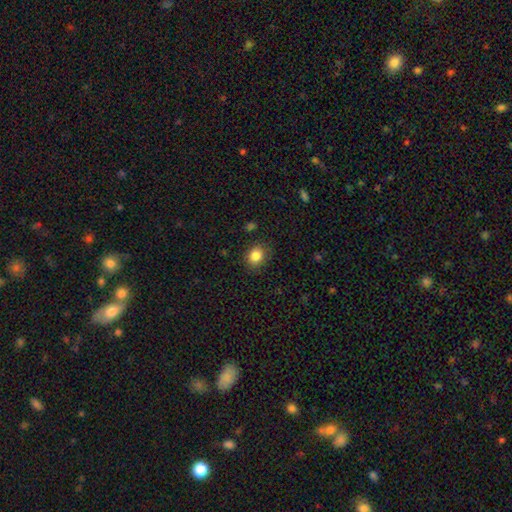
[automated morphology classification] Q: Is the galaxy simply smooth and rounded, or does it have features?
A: smooth — 85%.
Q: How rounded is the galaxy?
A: round — 61%.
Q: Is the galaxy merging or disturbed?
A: none — 83%.